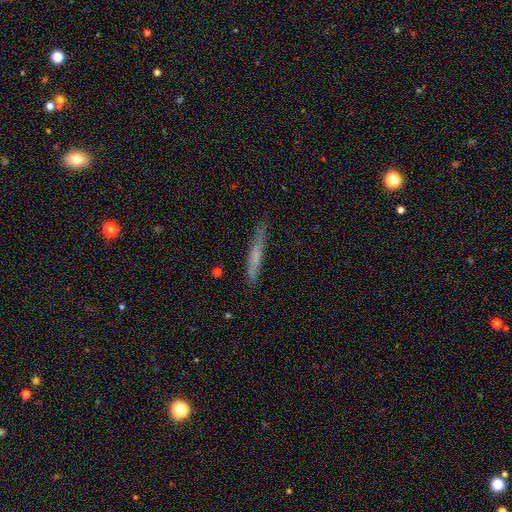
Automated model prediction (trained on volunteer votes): Morphology: type=smooth (56%); roundness=cigar-shaped (94%); merging=none (81%).